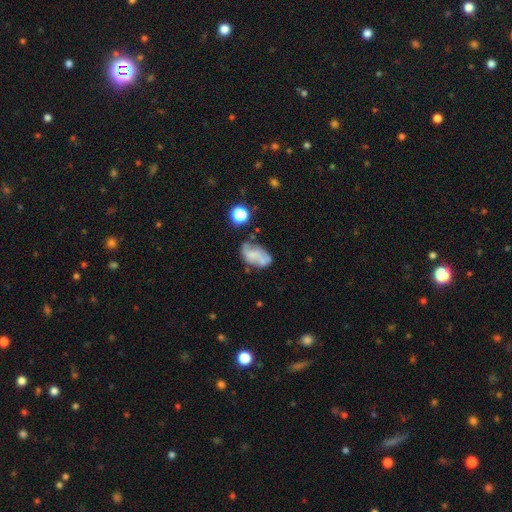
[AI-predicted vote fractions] This appears to be a featured or disk galaxy (53%) with no bar (65%), spiral arms (64%) and no central bulge (46%). Merging: none (45%).